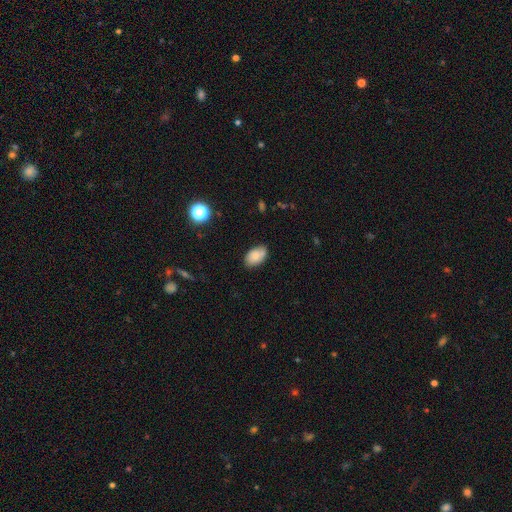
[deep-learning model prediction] Smooth or featured: smooth — 79% (featured or disk — 12%)
How rounded: in between — 91% (round — 7%)
Merging: none — 76% (minor disturbance — 19%)